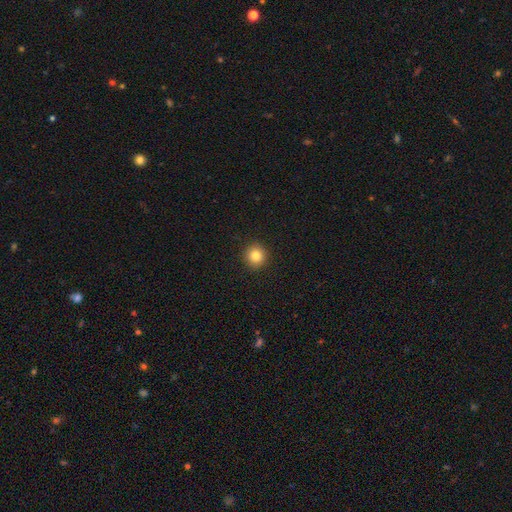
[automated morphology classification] Smooth or featured?
  - smooth: 83% *
  - star or artifact: 11%
  - featured or disk: 6%
How rounded?
  - round: 94% *
  - in between: 5%
  - cigar-shaped: 1%
Merging?
  - none: 93% *
  - minor disturbance: 5%
  - major disturbance: 2%
  - merger: 1%